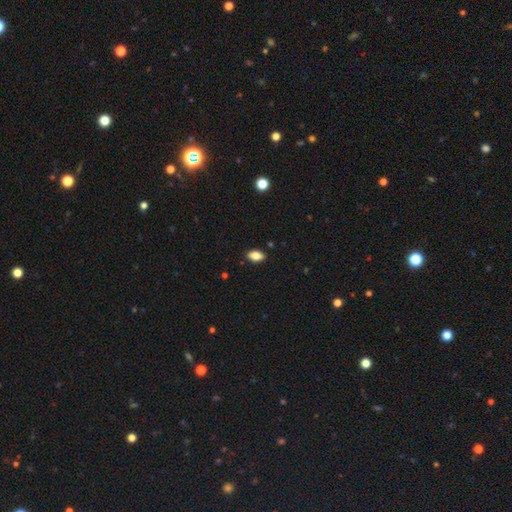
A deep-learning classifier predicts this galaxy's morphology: This appears to be a smooth galaxy with no disk features (84%) that is in between round and cigar-shaped (91%). Merging: none (88%).